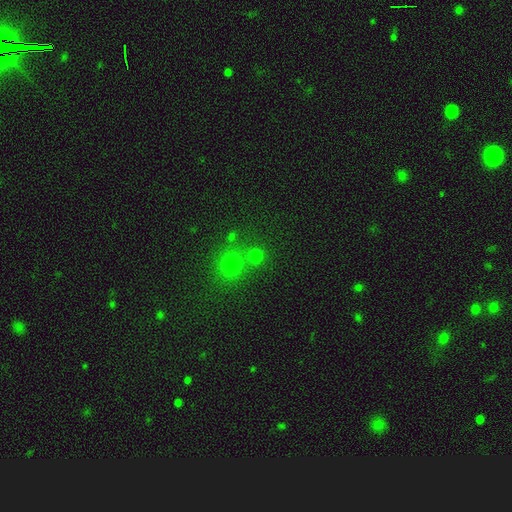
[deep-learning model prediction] smooth_or_featured: smooth (p=0.71) [alt: star or artifact p=0.23]
how_rounded: round (p=0.89) [alt: in between p=0.10]
merging: none (p=0.67) [alt: merger p=0.24]